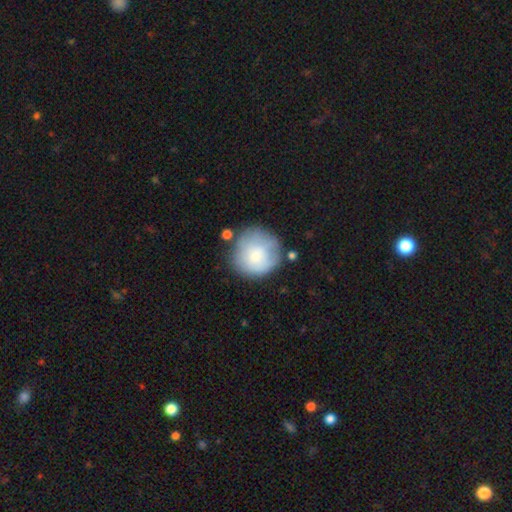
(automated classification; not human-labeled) smooth-or-featured: smooth: 72% | featured or disk: 21% | star or artifact: 7%
  how-rounded: round: 91% | in between: 8% | cigar-shaped: 1%
  merging: none: 66% | minor disturbance: 21% | major disturbance: 7% | merger: 6%